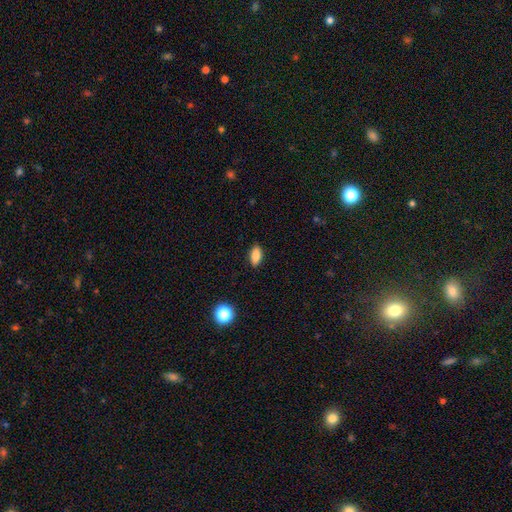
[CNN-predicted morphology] smooth-or-featured: smooth: 85% | star or artifact: 8% | featured or disk: 7%
  how-rounded: in between: 85% | cigar-shaped: 10% | round: 5%
  merging: none: 88% | minor disturbance: 9% | major disturbance: 2% | merger: 1%